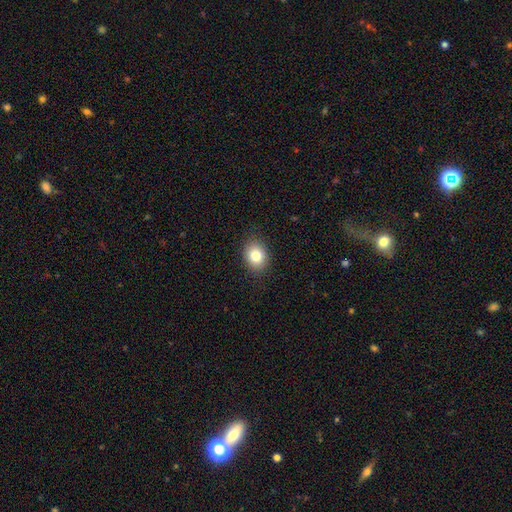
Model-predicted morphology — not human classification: smooth-or-featured: smooth: 82% | star or artifact: 10% | featured or disk: 8%
  how-rounded: in between: 55% | round: 44% | cigar-shaped: 1%
  merging: none: 88% | minor disturbance: 9% | major disturbance: 2% | merger: 1%